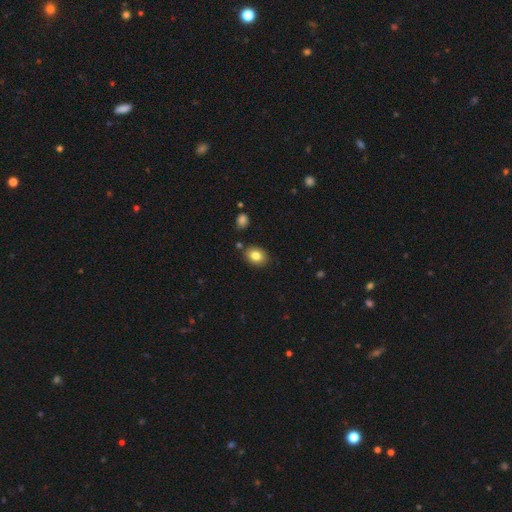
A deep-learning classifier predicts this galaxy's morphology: smooth_or_featured: smooth (p=0.82) [alt: star or artifact p=0.09]
how_rounded: in between (p=0.60) [alt: round p=0.39]
merging: none (p=0.83) [alt: minor disturbance p=0.11]